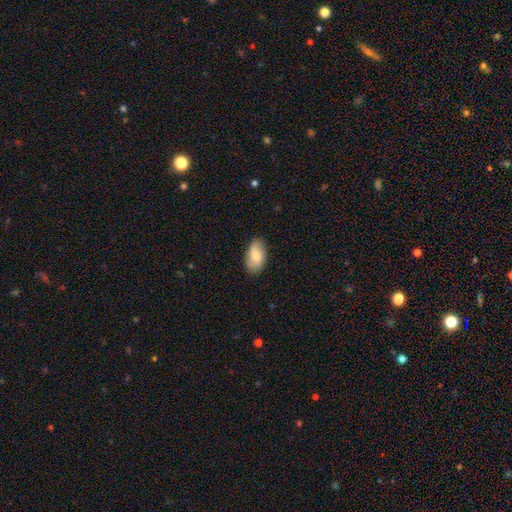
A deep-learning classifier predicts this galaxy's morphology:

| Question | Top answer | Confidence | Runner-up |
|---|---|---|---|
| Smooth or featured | smooth | 73% | featured or disk (20%) |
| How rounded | in between | 94% | round (4%) |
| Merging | none | 84% | minor disturbance (13%) |